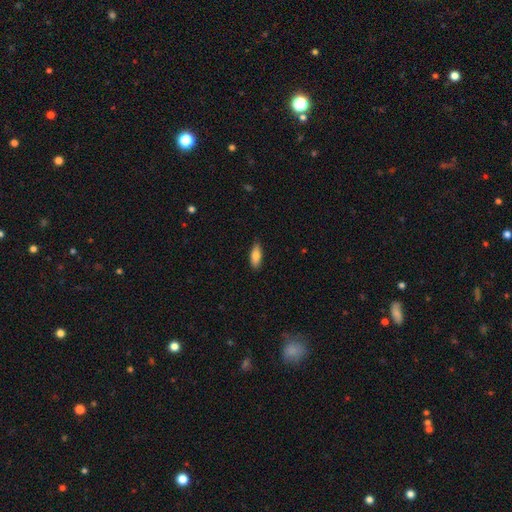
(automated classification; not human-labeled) This appears to be a smooth galaxy with no disk features (82%) that is in between round and cigar-shaped (76%). Merging: none (86%).